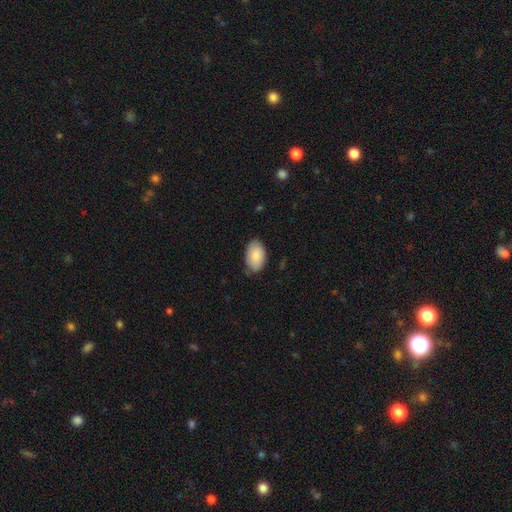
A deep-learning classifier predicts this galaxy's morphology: A smooth galaxy with no disk features (83%) that is in between round and cigar-shaped (93%).

Vote fractions:
- Smooth or featured? smooth: 83% / featured or disk: 11% / star or artifact: 6%
- How rounded? in between: 93% / round: 6% / cigar-shaped: 1%
- Merging? none: 76% / minor disturbance: 20% / major disturbance: 3% / merger: 1%